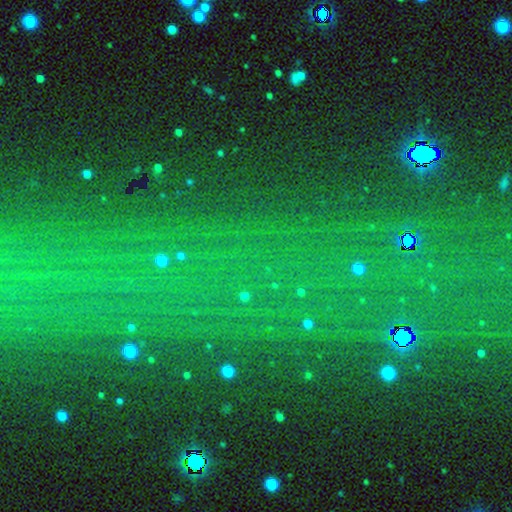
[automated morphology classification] A star or artifact, not a galaxy (80%).